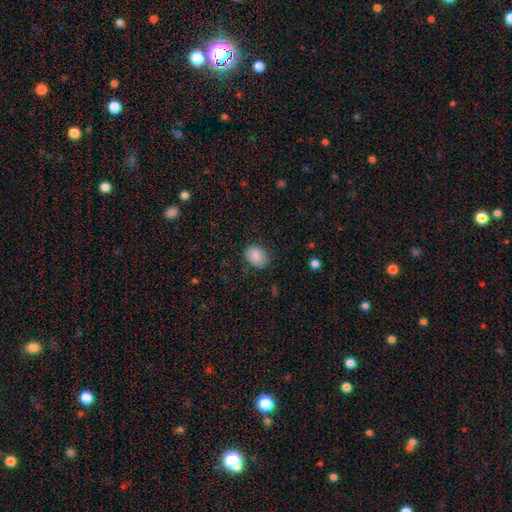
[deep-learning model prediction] A smooth galaxy with no disk features (87%) that is in between round and cigar-shaped (63%). Merging: none (76%).